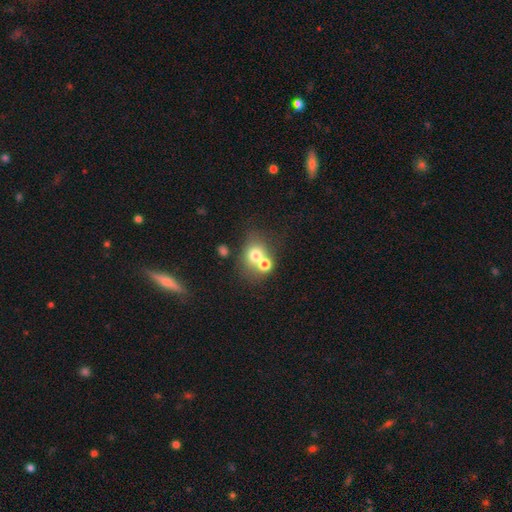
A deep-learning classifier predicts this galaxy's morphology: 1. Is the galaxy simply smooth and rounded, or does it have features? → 69% smooth, 17% featured or disk, 14% star or artifact.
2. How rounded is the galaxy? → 67% round, 32% in between, 1% cigar-shaped.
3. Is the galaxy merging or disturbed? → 45% merger, 42% none, 9% minor disturbance, 5% major disturbance.